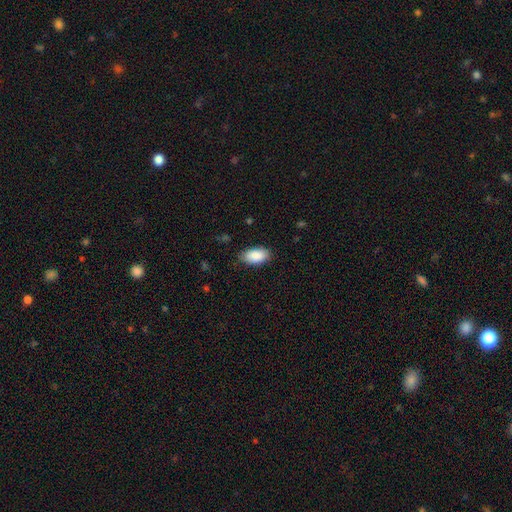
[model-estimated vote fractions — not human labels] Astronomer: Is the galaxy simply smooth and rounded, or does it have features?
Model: smooth — 89%.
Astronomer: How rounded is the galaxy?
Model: in between — 94%.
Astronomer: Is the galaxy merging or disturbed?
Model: none — 83%.